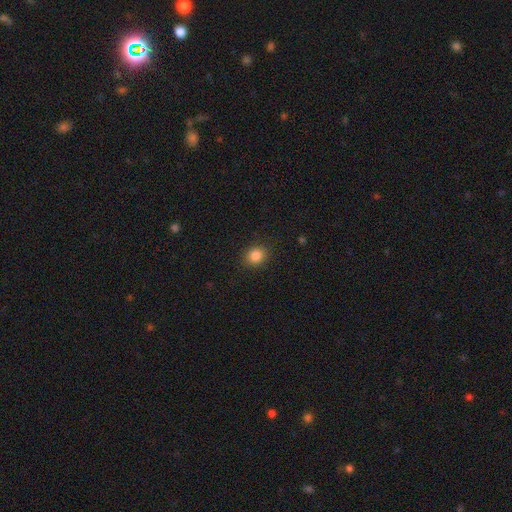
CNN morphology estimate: The model was most divided on "how rounded": round: 75%, in between: 24%, cigar-shaped: 1%. More confident: merging — none (89%); smooth or featured — smooth (85%).